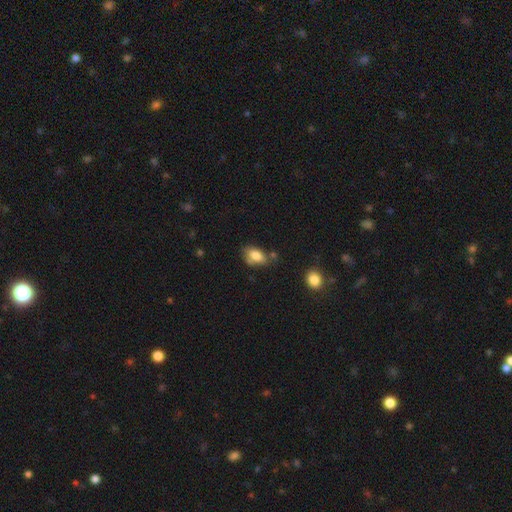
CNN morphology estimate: The model was most divided on "merging": none: 57%, minor disturbance: 25%, merger: 12%, major disturbance: 6%. More confident: how rounded — in between (89%); smooth or featured — smooth (78%).